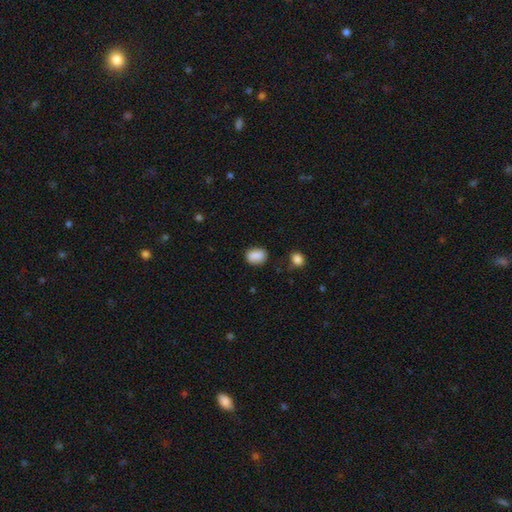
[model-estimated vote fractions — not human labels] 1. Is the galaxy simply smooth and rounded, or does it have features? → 86% smooth, 9% star or artifact, 5% featured or disk.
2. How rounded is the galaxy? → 68% in between, 31% round, 1% cigar-shaped.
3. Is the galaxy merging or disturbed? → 72% none, 20% minor disturbance, 5% major disturbance, 4% merger.